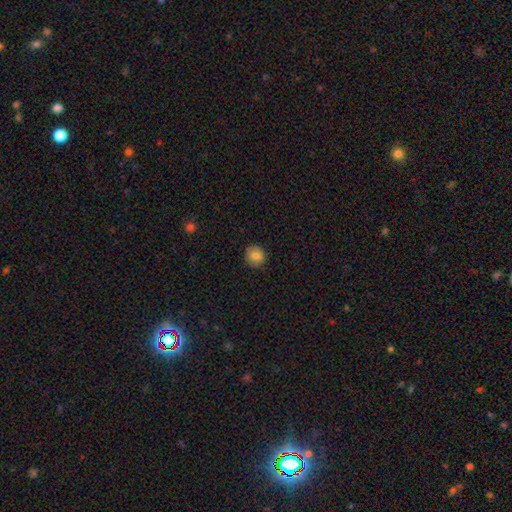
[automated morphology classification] Smooth or featured? Predicted: smooth (p=0.81). How rounded? Predicted: round (p=0.90). Merging? Predicted: none (p=0.89).